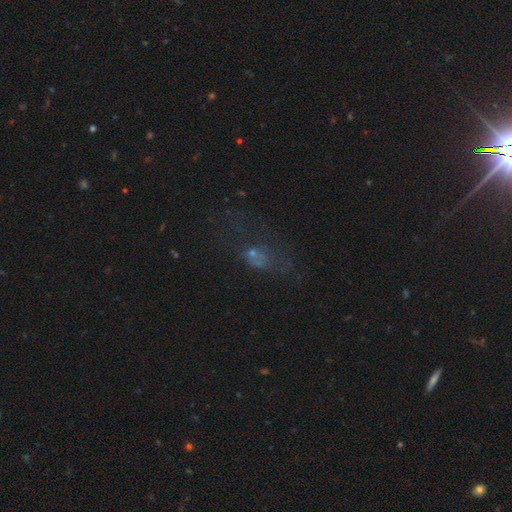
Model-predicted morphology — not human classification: This appears to be a smooth galaxy with no disk features (39%). Merging: major disturbance (42%).